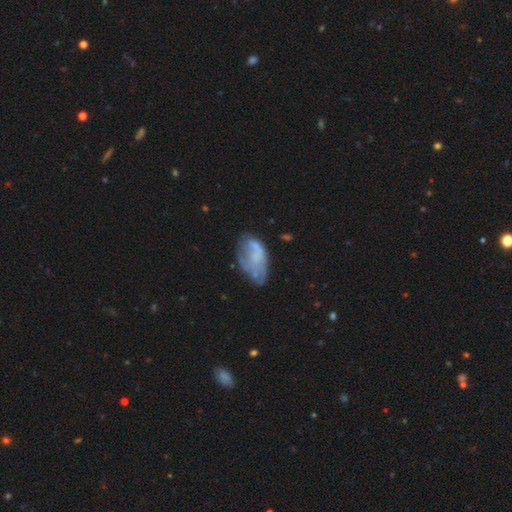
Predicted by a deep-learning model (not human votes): A smooth galaxy with no disk features (46%).

Vote fractions:
- Smooth or featured? smooth: 46% / featured or disk: 44% / star or artifact: 10%
- Merging? none: 43% / minor disturbance: 29% / major disturbance: 22% / merger: 6%